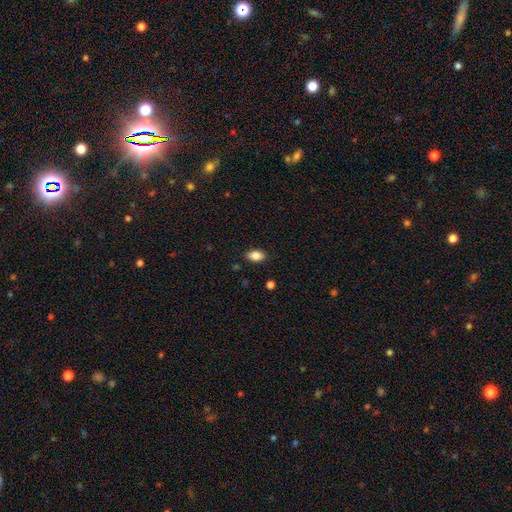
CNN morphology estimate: Smooth or featured? smooth (86%)
How rounded? in between (88%)
Merging? none (87%)